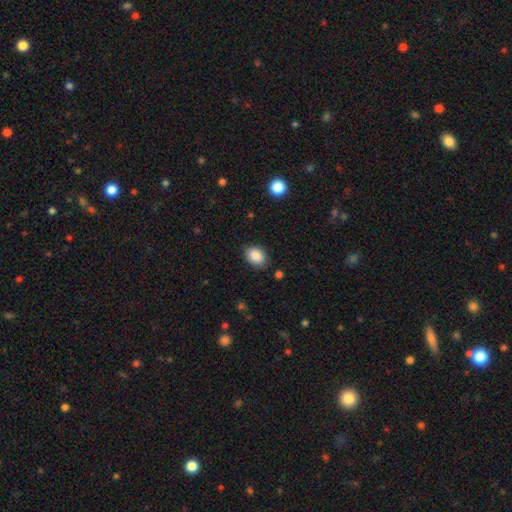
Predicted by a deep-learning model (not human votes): Q: Smooth or featured?
A: smooth (88%); runner-up: star or artifact (8%)
Q: How rounded?
A: in between (70%); runner-up: round (29%)
Q: Merging?
A: none (83%); runner-up: minor disturbance (13%)